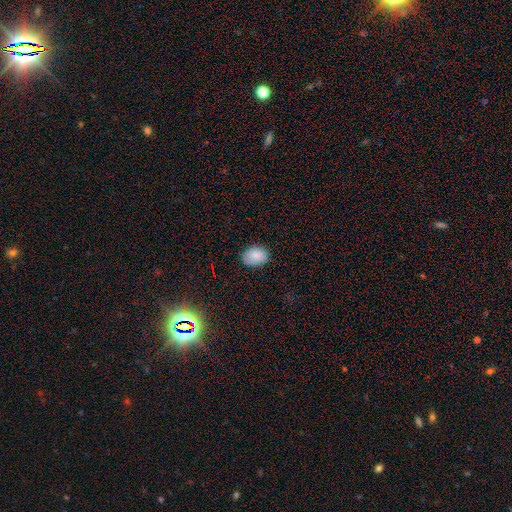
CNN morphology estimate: Smooth or featured: smooth — 88% (star or artifact — 8%)
How rounded: in between — 76% (round — 23%)
Merging: none — 82% (minor disturbance — 15%)